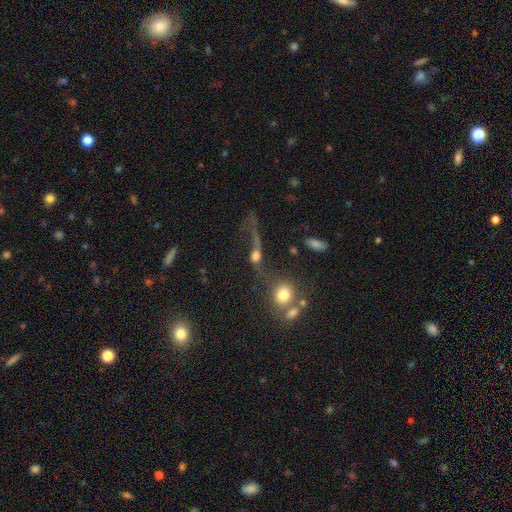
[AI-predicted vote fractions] A featured or disk galaxy (43%). Merging: major disturbance (35%).